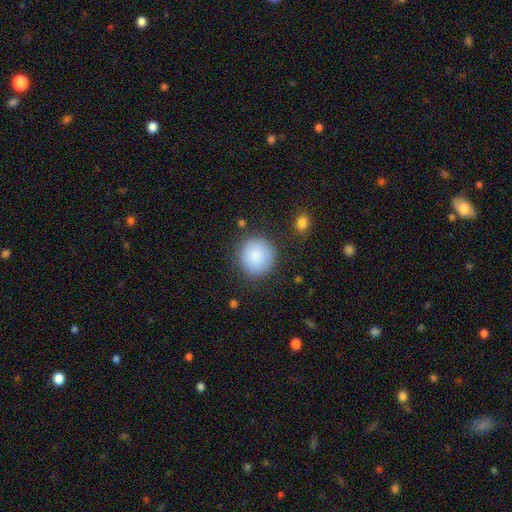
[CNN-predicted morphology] Smooth or featured?
  - smooth: 87% *
  - star or artifact: 8%
  - featured or disk: 6%
How rounded?
  - round: 92% *
  - in between: 7%
  - cigar-shaped: 1%
Merging?
  - none: 83% *
  - minor disturbance: 11%
  - major disturbance: 4%
  - merger: 2%